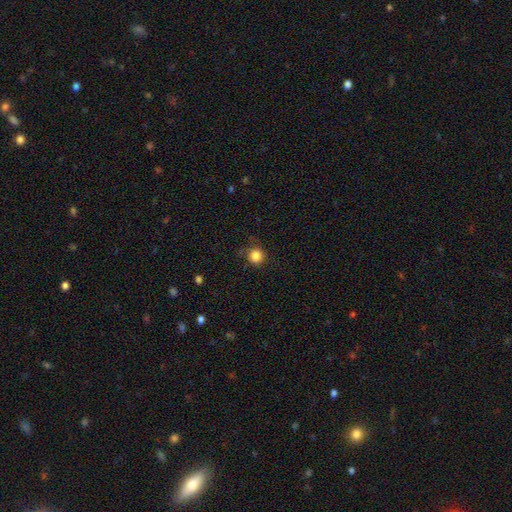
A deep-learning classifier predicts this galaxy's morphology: Smooth or featured? smooth (85%)
How rounded? round (91%)
Merging? none (82%)